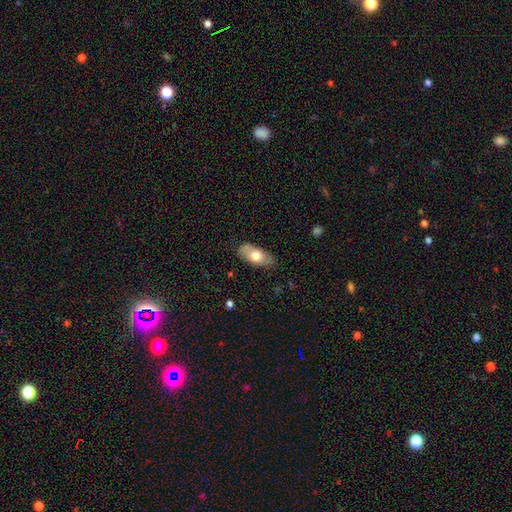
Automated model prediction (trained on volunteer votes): A smooth galaxy with no disk features (67%) that is in between round and cigar-shaped (88%). Merging: none (81%).